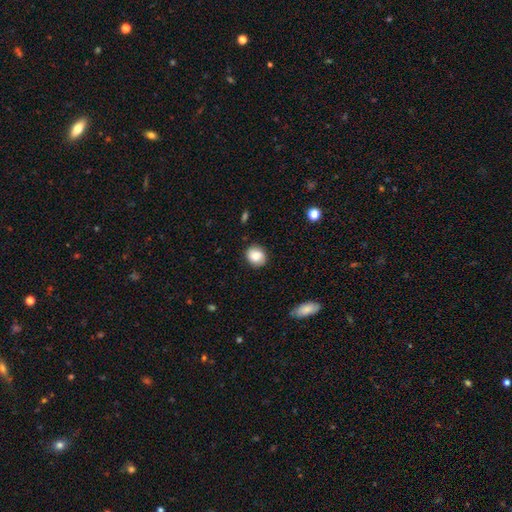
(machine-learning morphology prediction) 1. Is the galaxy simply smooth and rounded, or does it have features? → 81% smooth, 11% featured or disk, 8% star or artifact.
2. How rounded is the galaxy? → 68% round, 31% in between, 1% cigar-shaped.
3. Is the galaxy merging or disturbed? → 86% none, 11% minor disturbance, 2% major disturbance, 1% merger.